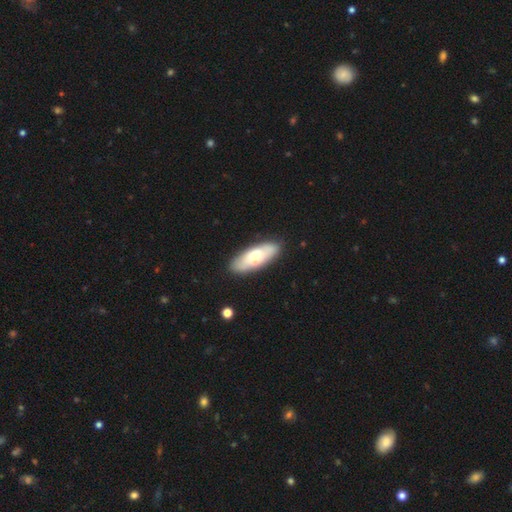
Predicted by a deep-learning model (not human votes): smooth-or-featured: smooth: 58% | featured or disk: 36% | star or artifact: 6%
  how-rounded: in between: 68% | cigar-shaped: 30% | round: 2%
  merging: none: 81% | minor disturbance: 12% | merger: 4% | major disturbance: 3%